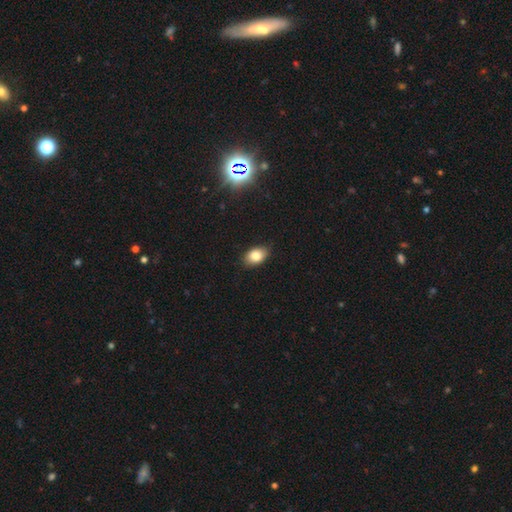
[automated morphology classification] A smooth galaxy with no disk features (82%) that is in between round and cigar-shaped (86%). Merging: none (85%).